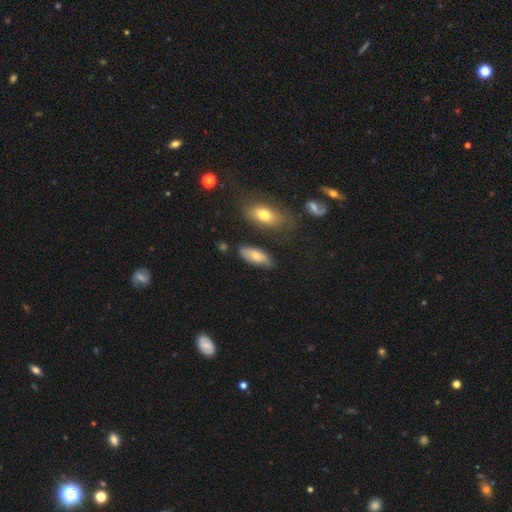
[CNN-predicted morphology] This appears to be a smooth galaxy with no disk features (65%) that is in between round and cigar-shaped (81%). Merging: none (66%).